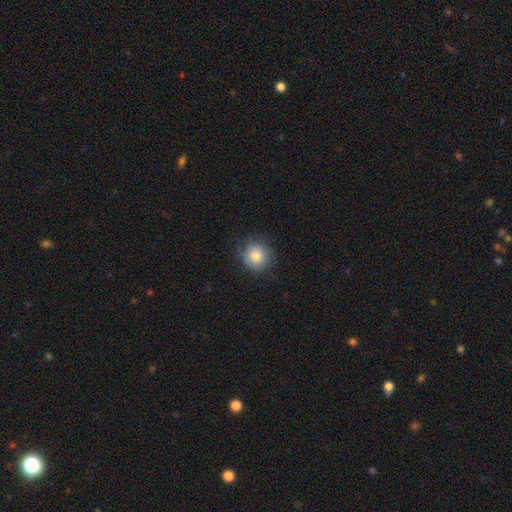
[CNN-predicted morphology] type=smooth (81%); roundness=round (89%); merging=none (81%).